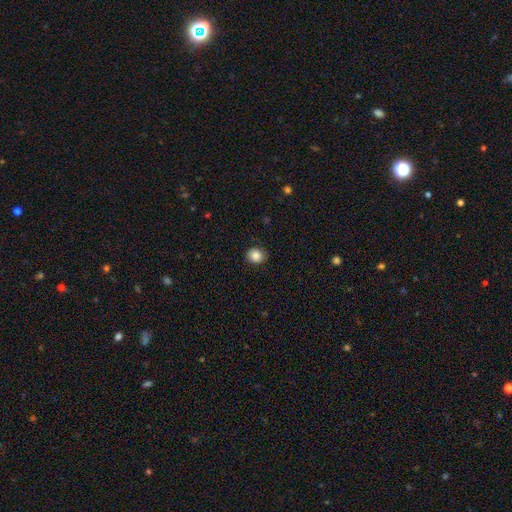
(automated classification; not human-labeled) smooth_or_featured: smooth (p=0.86) [alt: star or artifact p=0.10]
how_rounded: round (p=0.82) [alt: in between p=0.18]
merging: none (p=0.86) [alt: minor disturbance p=0.10]